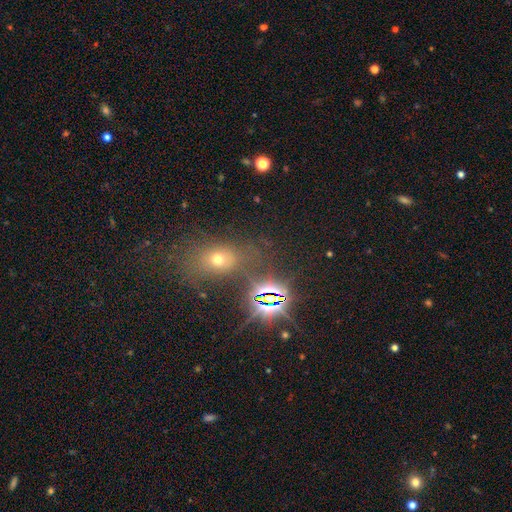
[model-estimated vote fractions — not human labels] Smooth or featured? star or artifact (44%)